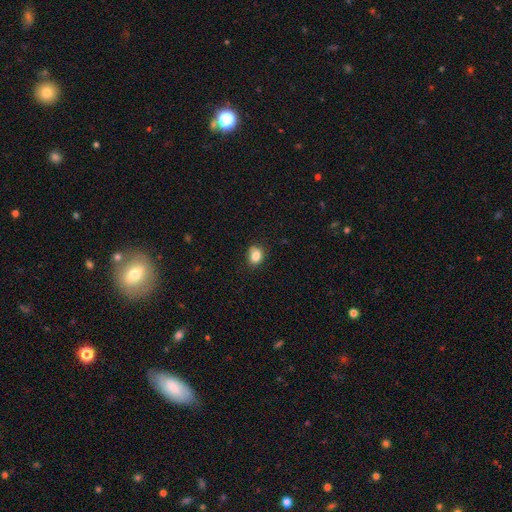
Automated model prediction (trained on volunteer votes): A smooth galaxy with no disk features (83%) that is round (50%).

Vote fractions:
- Smooth or featured? smooth: 83% / star or artifact: 10% / featured or disk: 6%
- How rounded? round: 50% / in between: 49% / cigar-shaped: 1%
- Merging? none: 80% / minor disturbance: 16% / major disturbance: 3% / merger: 1%